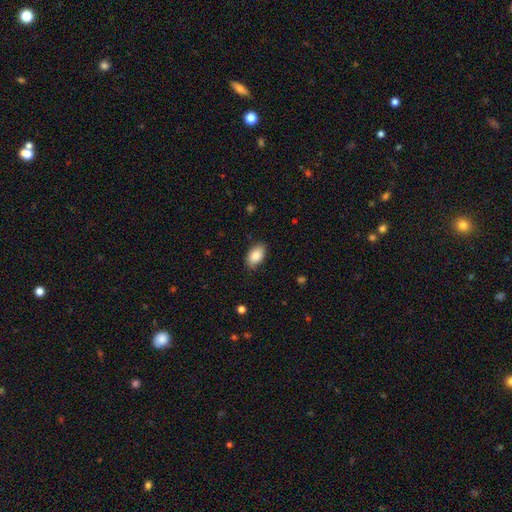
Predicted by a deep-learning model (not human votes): smooth 86%, featured or disk 7%, star or artifact 7%. Down the decision tree: how rounded — in between (92%); merging — none (85%).